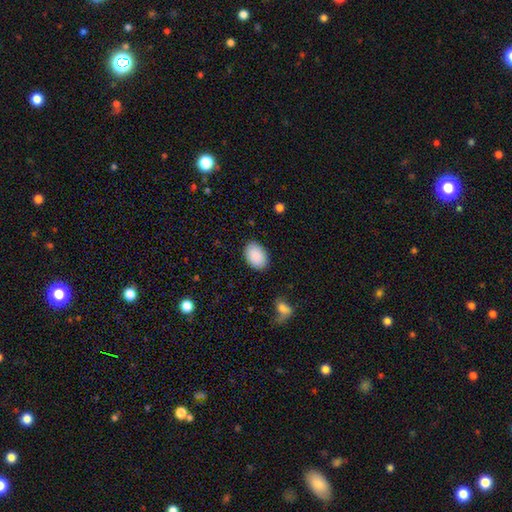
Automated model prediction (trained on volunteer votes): Smooth or featured?
  - smooth: 90% *
  - star or artifact: 6%
  - featured or disk: 3%
How rounded?
  - in between: 84% *
  - round: 15%
  - cigar-shaped: 1%
Merging?
  - none: 86% *
  - minor disturbance: 10%
  - major disturbance: 3%
  - merger: 1%